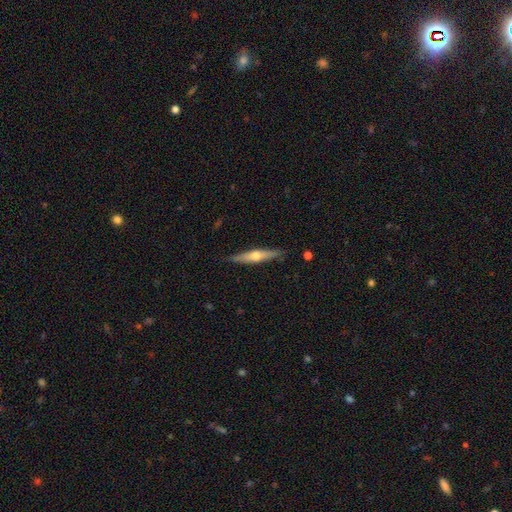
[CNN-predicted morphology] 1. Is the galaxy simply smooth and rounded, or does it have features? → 59% featured or disk, 36% smooth, 6% star or artifact.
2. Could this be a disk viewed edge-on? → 94% yes, 6% no.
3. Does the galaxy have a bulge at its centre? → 91% rounded, 6% none, 3% boxy.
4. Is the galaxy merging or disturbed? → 87% none, 10% minor disturbance, 2% major disturbance, 1% merger.